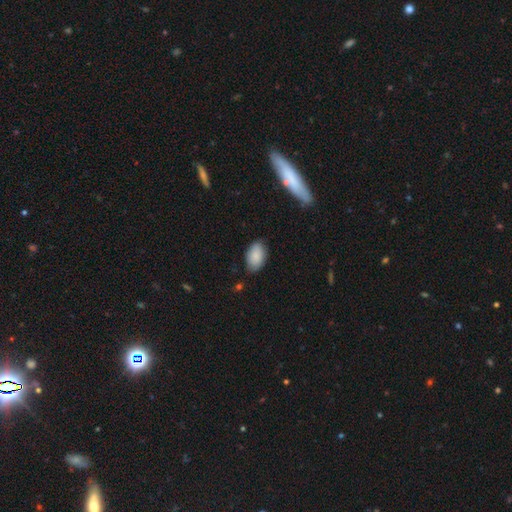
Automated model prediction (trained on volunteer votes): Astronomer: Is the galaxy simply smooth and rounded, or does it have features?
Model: smooth — 87%.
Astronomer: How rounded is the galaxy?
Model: in between — 93%.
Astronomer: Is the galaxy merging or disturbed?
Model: none — 80%.